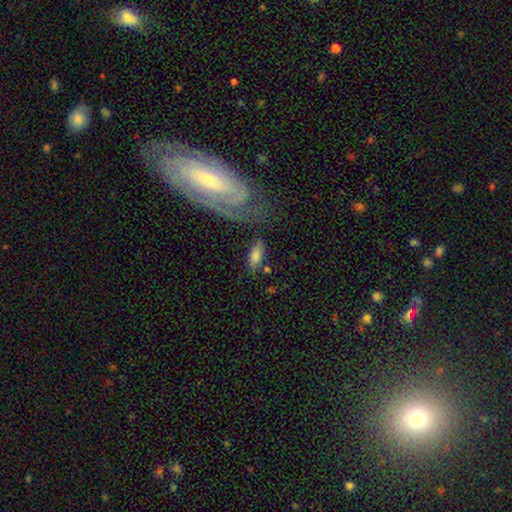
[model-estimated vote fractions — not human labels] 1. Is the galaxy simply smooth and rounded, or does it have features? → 74% smooth, 18% featured or disk, 8% star or artifact.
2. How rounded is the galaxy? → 85% in between, 11% cigar-shaped, 3% round.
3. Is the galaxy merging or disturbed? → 66% none, 18% minor disturbance, 8% merger, 8% major disturbance.